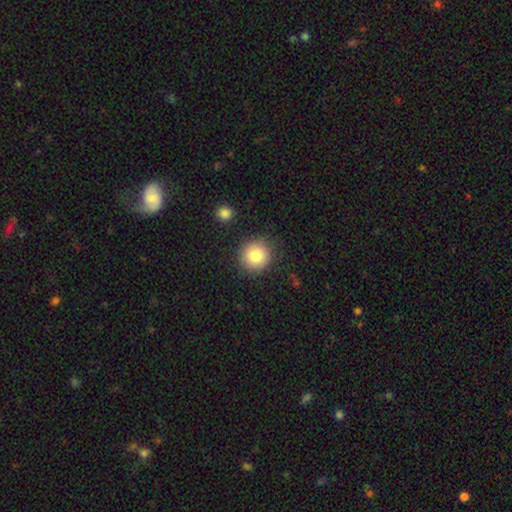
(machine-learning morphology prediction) A smooth galaxy with no disk features (82%) that is round (91%). Merging: none (85%).